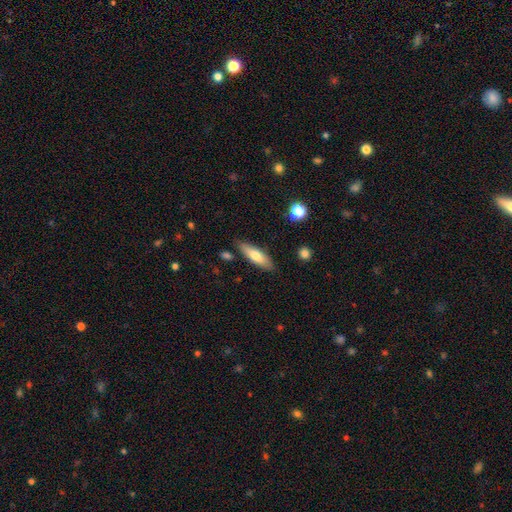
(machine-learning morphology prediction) Smooth or featured? Predicted: smooth (p=0.68). How rounded? Predicted: cigar-shaped (p=0.53). Merging? Predicted: none (p=0.83).